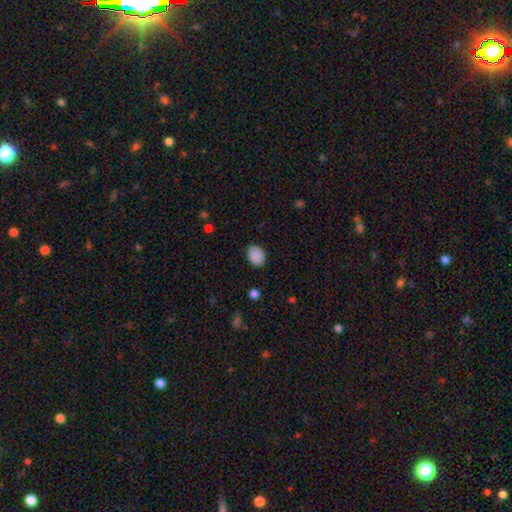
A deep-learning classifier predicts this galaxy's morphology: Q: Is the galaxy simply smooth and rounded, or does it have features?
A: smooth — 89%.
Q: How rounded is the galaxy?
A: in between — 65%.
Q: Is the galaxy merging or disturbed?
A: none — 82%.